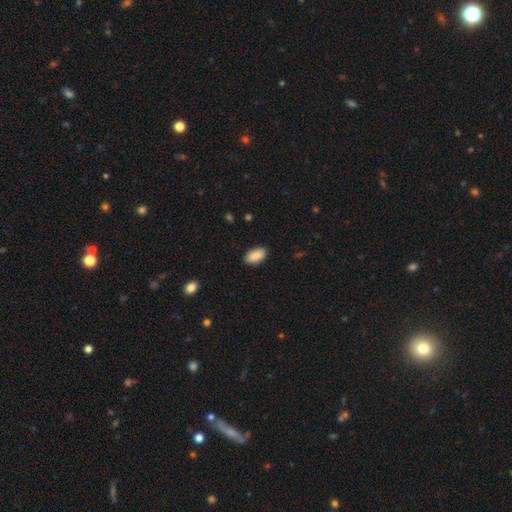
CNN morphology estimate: Smooth or featured?
  - smooth: 89% *
  - star or artifact: 6%
  - featured or disk: 4%
How rounded?
  - in between: 91% *
  - cigar-shaped: 7%
  - round: 2%
Merging?
  - none: 88% *
  - minor disturbance: 9%
  - major disturbance: 2%
  - merger: 1%